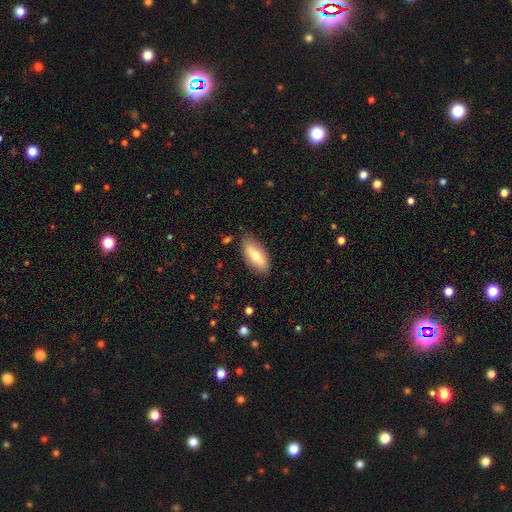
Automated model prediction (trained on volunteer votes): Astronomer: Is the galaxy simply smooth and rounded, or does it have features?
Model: smooth — 69%.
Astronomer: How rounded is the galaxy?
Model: in between — 86%.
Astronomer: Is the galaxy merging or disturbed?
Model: none — 82%.